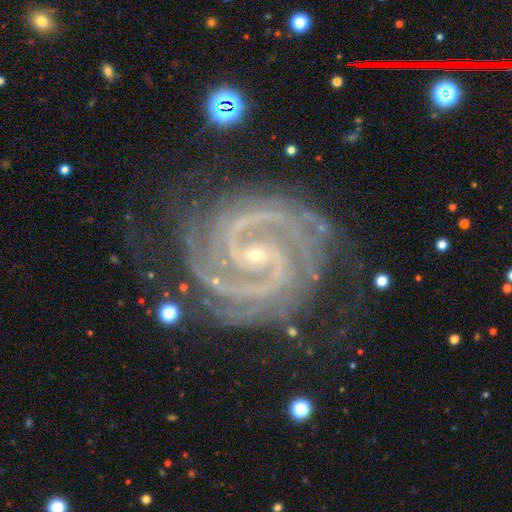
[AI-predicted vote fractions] Q: Smooth or featured?
A: featured or disk (94%); runner-up: star or artifact (4%)
Q: Edge-on disk?
A: no (98%); runner-up: yes (2%)
Q: Bar?
A: no (40%); runner-up: weak (34%)
Q: Spiral arms?
A: yes (99%); runner-up: no (1%)
Q: Spiral winding?
A: tight (66%); runner-up: medium (31%)
Q: Spiral arm count?
A: 2 (76%); runner-up: 3 (8%)
Q: Bulge size?
A: small (86%); runner-up: moderate (11%)
Q: Merging?
A: none (72%); runner-up: minor disturbance (18%)